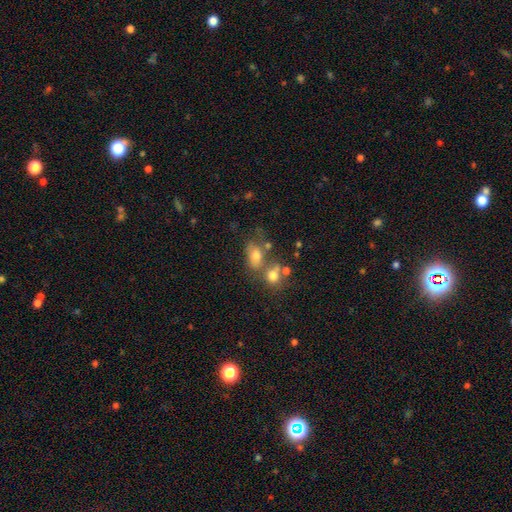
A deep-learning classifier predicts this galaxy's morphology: The model was most divided on "merging": none: 37%, merger: 35%, minor disturbance: 17%, major disturbance: 11%. More confident: how rounded — in between (78%); smooth or featured — smooth (69%).